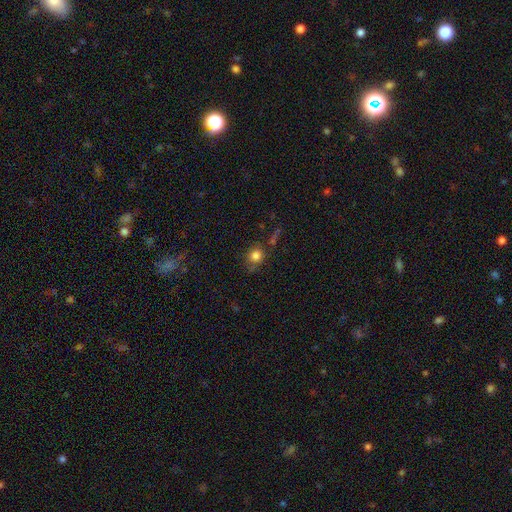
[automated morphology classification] Smooth or featured? smooth (81%)
How rounded? round (81%)
Merging? none (69%)